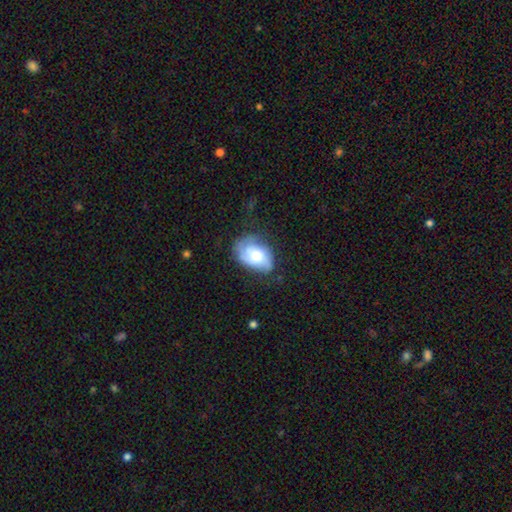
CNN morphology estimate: Q: Smooth or featured?
A: smooth (49%); runner-up: featured or disk (43%)
Q: Merging?
A: none (51%); runner-up: minor disturbance (31%)